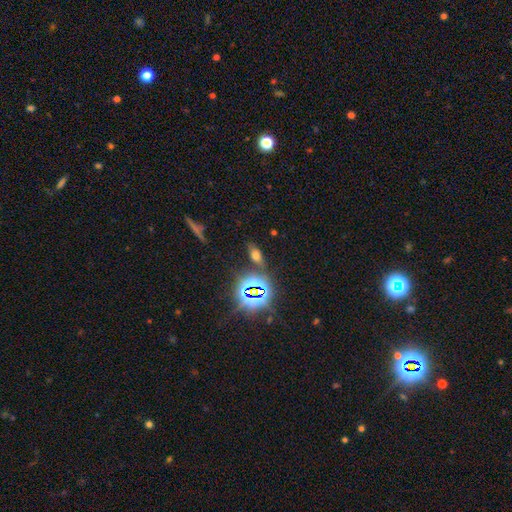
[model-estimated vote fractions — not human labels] Morphology: type=smooth (49%); merging=none (76%).